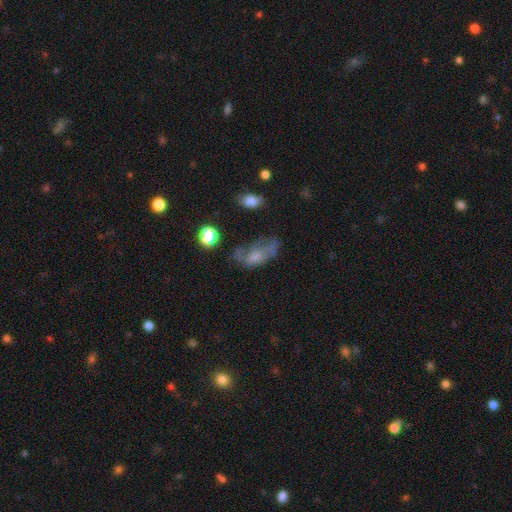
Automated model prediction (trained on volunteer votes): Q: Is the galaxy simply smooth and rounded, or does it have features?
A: featured or disk — 42%.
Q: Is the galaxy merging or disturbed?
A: none — 38%.